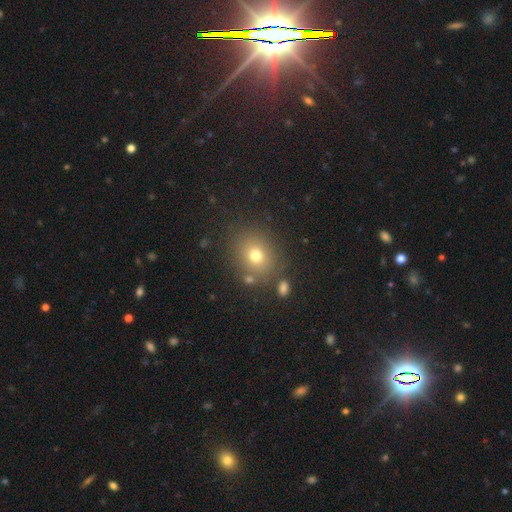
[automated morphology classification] This is likely a smooth galaxy (73%). How rounded: likely round (68%). Merging: likely none (79%).